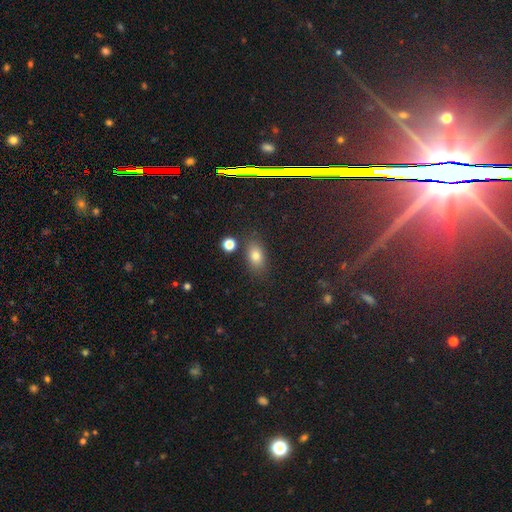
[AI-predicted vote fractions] smooth-or-featured: smooth: 73% | star or artifact: 18% | featured or disk: 10%
  how-rounded: in between: 80% | round: 17% | cigar-shaped: 4%
  merging: none: 81% | minor disturbance: 11% | merger: 5% | major disturbance: 3%